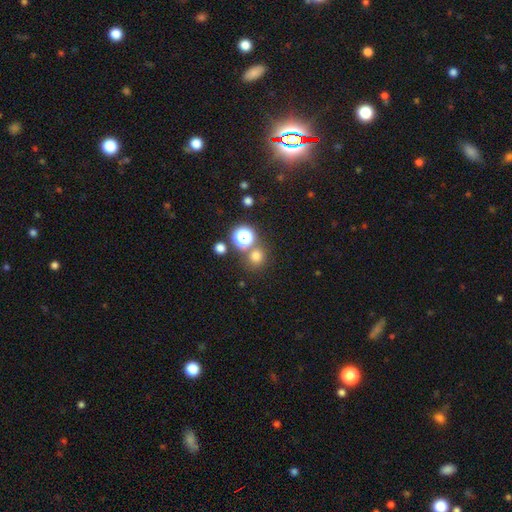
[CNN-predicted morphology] Smooth or featured? Predicted: smooth (p=0.71). How rounded? Predicted: round (p=0.88). Merging? Predicted: none (p=0.72).